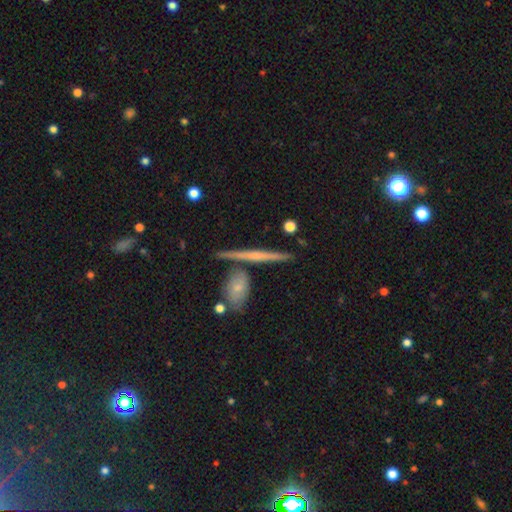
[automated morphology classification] The model was most divided on "edge-on bulge": none: 51%, rounded: 38%, boxy: 11%. More confident: edge-on disk — yes (96%); merging — none (79%); smooth or featured — featured or disk (64%).